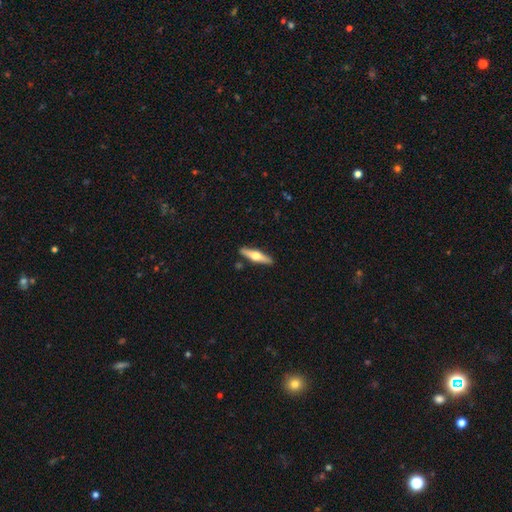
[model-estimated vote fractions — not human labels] A featured or disk galaxy (58%) viewed edge-on (94%) with a rounded central bulge (95%).

Vote fractions:
- Smooth or featured? featured or disk: 58% / smooth: 37% / star or artifact: 5%
- Edge-on disk? yes: 94% / no: 6%
- Edge-on bulge? rounded: 95% / none: 2% / boxy: 2%
- Merging? none: 89% / minor disturbance: 7% / merger: 2% / major disturbance: 2%